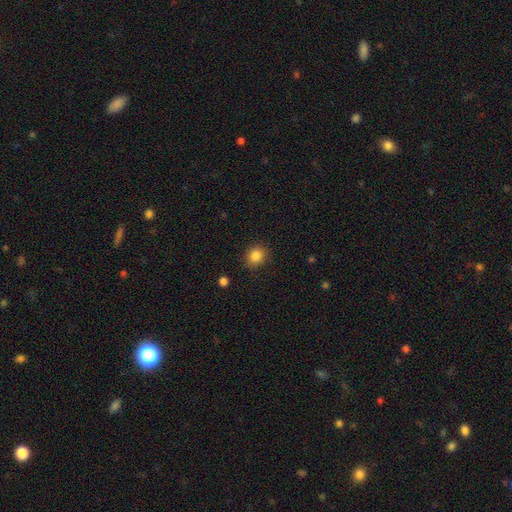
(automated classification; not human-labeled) A smooth galaxy with no disk features (86%) that is round (73%).

Vote fractions:
- Smooth or featured? smooth: 86% / star or artifact: 10% / featured or disk: 4%
- How rounded? round: 73% / in between: 26% / cigar-shaped: 1%
- Merging? none: 87% / minor disturbance: 9% / major disturbance: 3% / merger: 1%